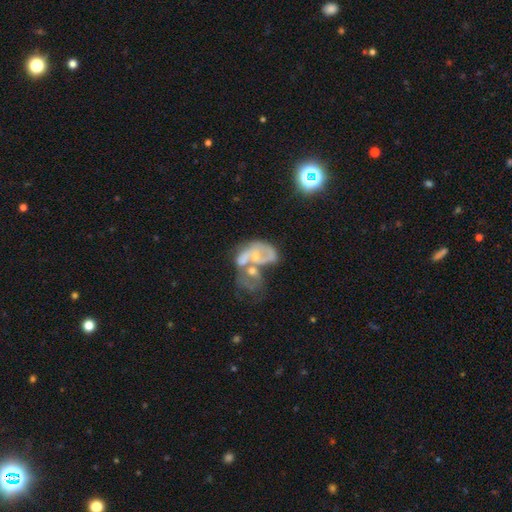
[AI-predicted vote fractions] Q: Smooth or featured?
A: featured or disk (64%); runner-up: smooth (26%)
Q: Edge-on disk?
A: no (97%); runner-up: yes (3%)
Q: Bar?
A: no (70%); runner-up: weak (24%)
Q: Spiral arms?
A: yes (50%); tied with: no (50%)
Q: Bulge size?
A: small (44%); runner-up: moderate (36%)
Q: Merging?
A: merger (65%); runner-up: major disturbance (15%)